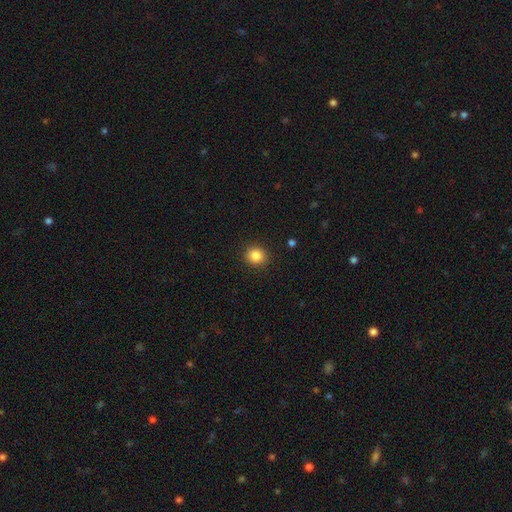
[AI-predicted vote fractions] This is clearly a smooth galaxy (86%). How rounded: clearly round (86%). Merging: clearly none (91%).